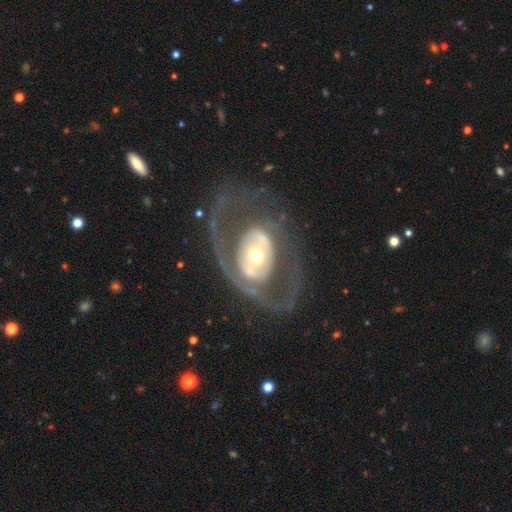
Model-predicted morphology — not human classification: smooth-or-featured: featured or disk: 78% | smooth: 16% | star or artifact: 5%
  disk-edge-on: no: 95% | yes: 5%
    bar: no: 64% | weak: 22% | strong: 14%
    has-spiral-arms: yes: 57% | no: 43%
    bulge-size: moderate: 62% | small: 21% | large: 15% | dominant: 2% | none: 1%
  merging: none: 54% | major disturbance: 28% | minor disturbance: 15% | merger: 3%